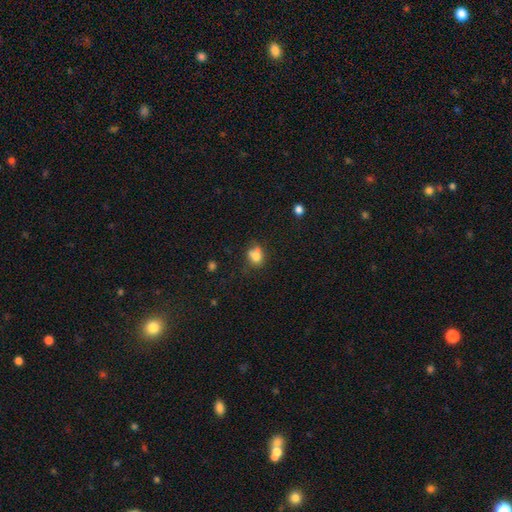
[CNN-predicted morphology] Overall: smooth (77%). How rounded: round (58%; in between 41%). Merging: none (47%; minor disturbance 24%).